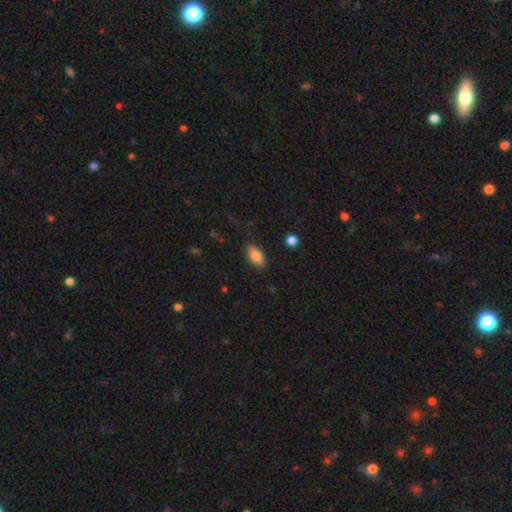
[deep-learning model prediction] Q: Smooth or featured?
A: smooth (84%); runner-up: featured or disk (8%)
Q: How rounded?
A: in between (88%); runner-up: cigar-shaped (9%)
Q: Merging?
A: none (86%); runner-up: minor disturbance (10%)